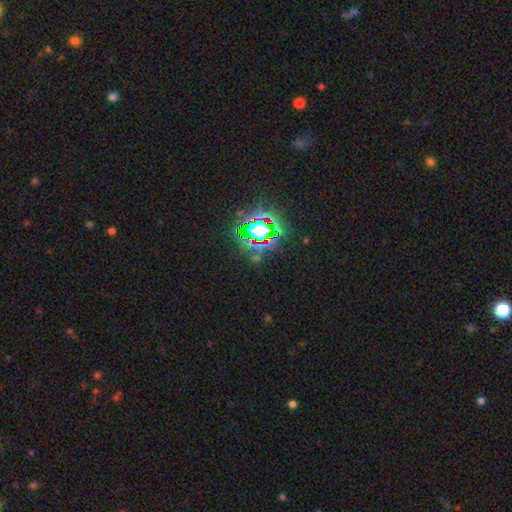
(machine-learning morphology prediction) A star or artifact, not a galaxy (77%).